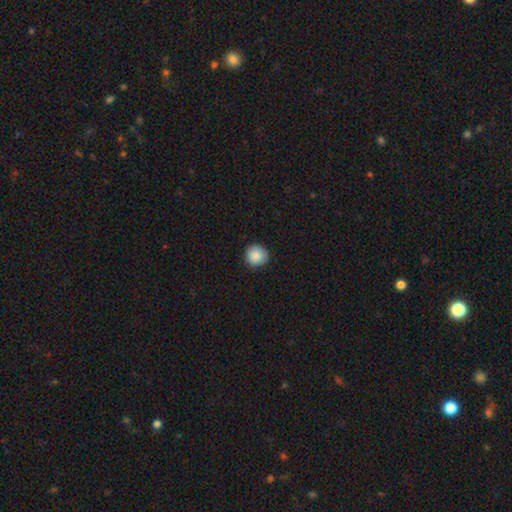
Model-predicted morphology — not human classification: Q: Smooth or featured?
A: smooth (87%); runner-up: star or artifact (8%)
Q: How rounded?
A: round (95%); runner-up: in between (4%)
Q: Merging?
A: none (90%); runner-up: minor disturbance (7%)